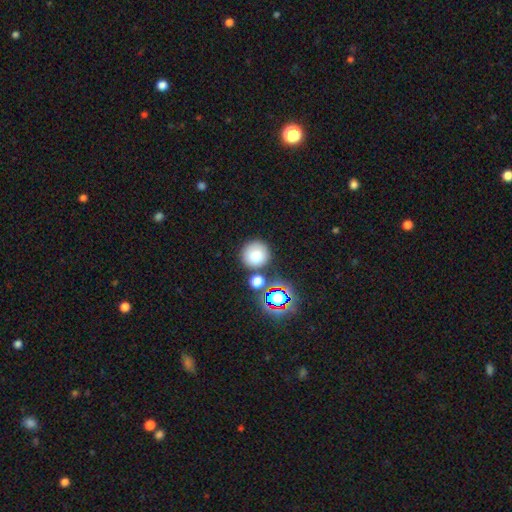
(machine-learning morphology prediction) Overall: smooth (79%). How rounded: round (94%). Merging: none (76%).